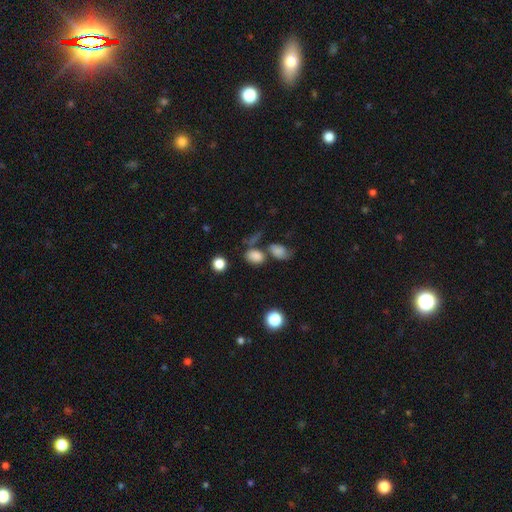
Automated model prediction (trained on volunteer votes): smooth-or-featured: smooth: 80% | star or artifact: 12% | featured or disk: 8%
  how-rounded: in between: 72% | round: 27% | cigar-shaped: 2%
  merging: none: 51% | merger: 27% | minor disturbance: 15% | major disturbance: 7%